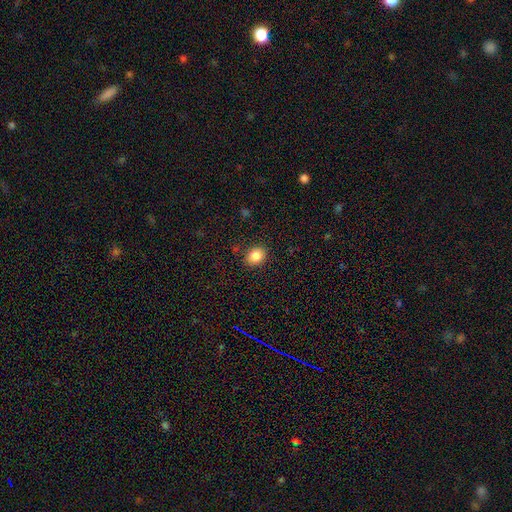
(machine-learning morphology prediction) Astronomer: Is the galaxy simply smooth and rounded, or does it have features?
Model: smooth — 86%.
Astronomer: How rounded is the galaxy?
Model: in between — 52% (runner-up: round, 47%).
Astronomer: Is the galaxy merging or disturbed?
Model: none — 88%.